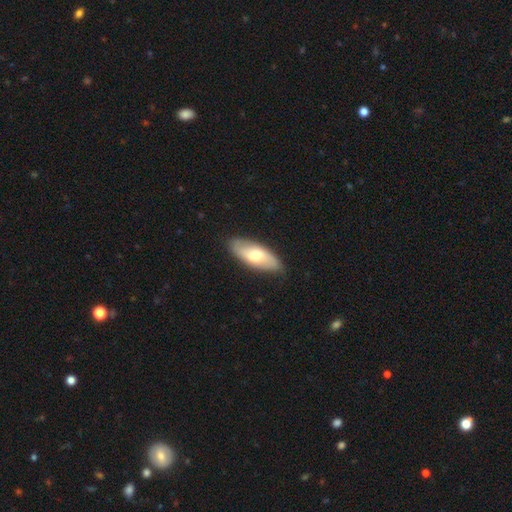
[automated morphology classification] A smooth galaxy with no disk features (59%) that is in between round and cigar-shaped (82%). Merging: none (85%).